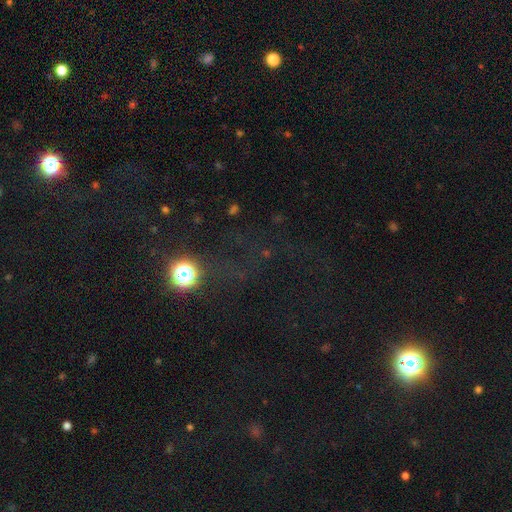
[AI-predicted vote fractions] This appears to be a star or artifact, not a galaxy (65%).